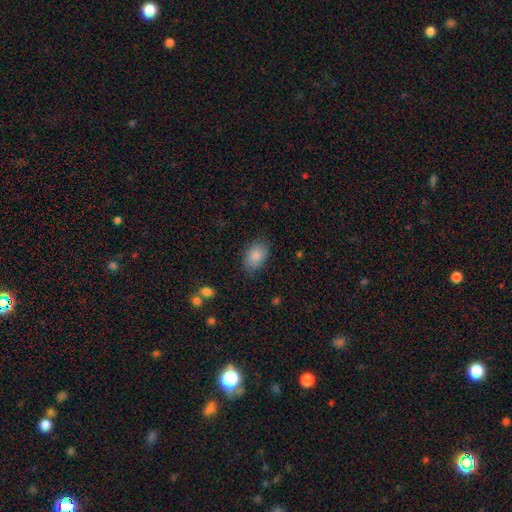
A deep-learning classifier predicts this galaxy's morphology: Smooth or featured? smooth (87%)
How rounded? in between (86%)
Merging? none (79%)